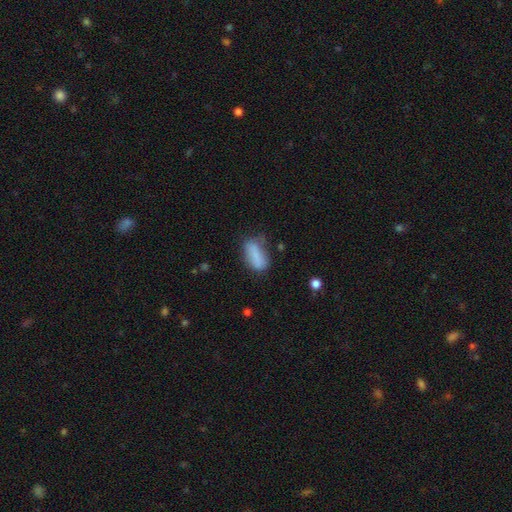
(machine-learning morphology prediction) This is likely a smooth galaxy (78%). How rounded: clearly in between (85%). Merging: possibly none (49%).